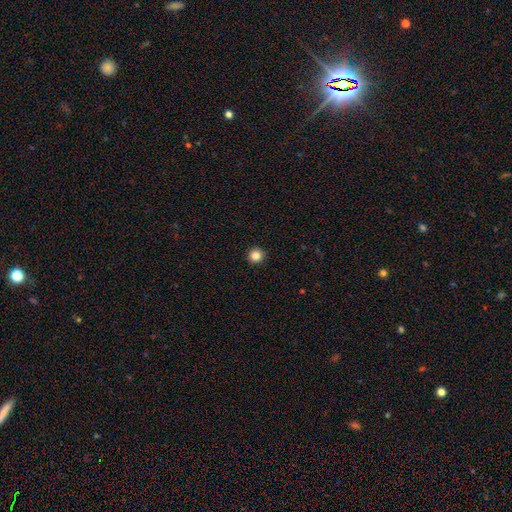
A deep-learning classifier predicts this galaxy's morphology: This appears to be a smooth galaxy with no disk features (85%) that is round (95%). Merging: none (93%).